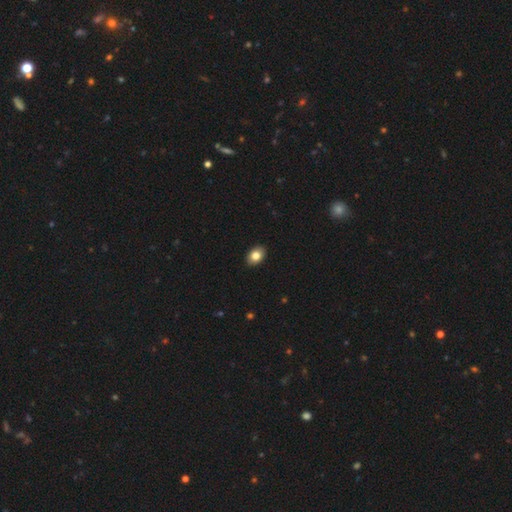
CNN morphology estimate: type=smooth (83%); roundness=in between (81%); merging=none (91%).